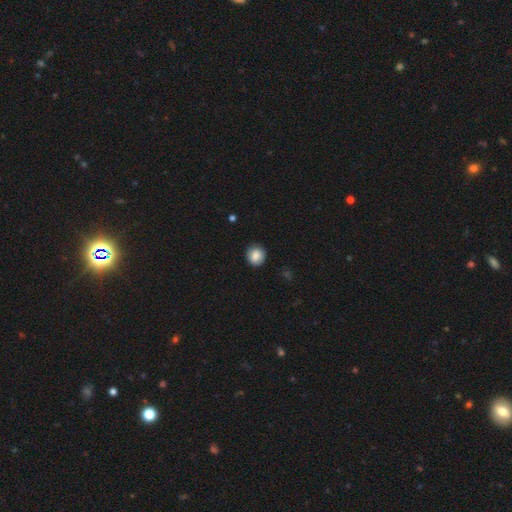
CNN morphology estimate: smooth 84%, star or artifact 9%, featured or disk 8%. Down the decision tree: how rounded — round (84%); merging — none (88%).